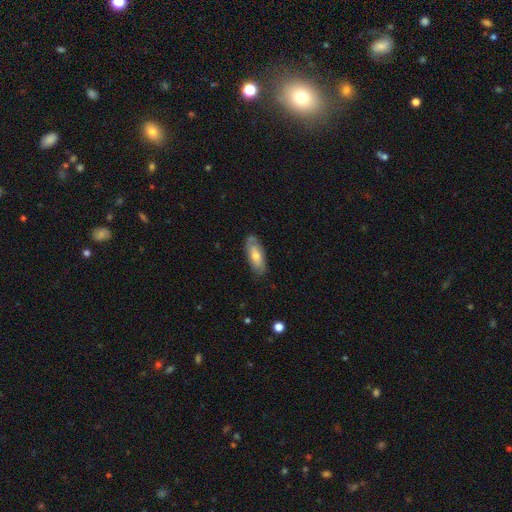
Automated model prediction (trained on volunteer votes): Smooth or featured: smooth — 59% (featured or disk — 35%)
How rounded: in between — 82% (cigar-shaped — 16%)
Merging: none — 74% (minor disturbance — 20%)